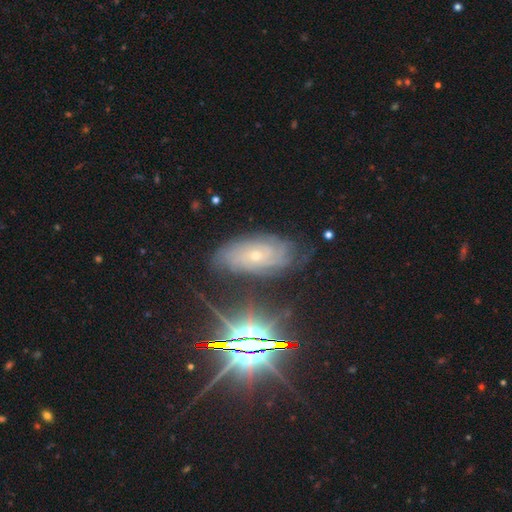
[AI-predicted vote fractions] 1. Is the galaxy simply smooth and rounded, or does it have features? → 65% featured or disk, 21% star or artifact, 14% smooth.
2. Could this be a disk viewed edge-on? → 90% no, 10% yes.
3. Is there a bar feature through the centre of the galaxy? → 77% no, 17% weak, 5% strong.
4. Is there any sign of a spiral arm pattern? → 90% yes, 10% no.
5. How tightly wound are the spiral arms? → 76% tight, 19% medium, 5% loose.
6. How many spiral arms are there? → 56% can't tell, 13% 2, 9% 3, 9% 4, 8% more than 4, 5% 1.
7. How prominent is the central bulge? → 73% small, 24% moderate, 1% none, 1% large, 1% dominant.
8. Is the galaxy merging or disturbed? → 75% none, 18% minor disturbance, 6% major disturbance, 1% merger.